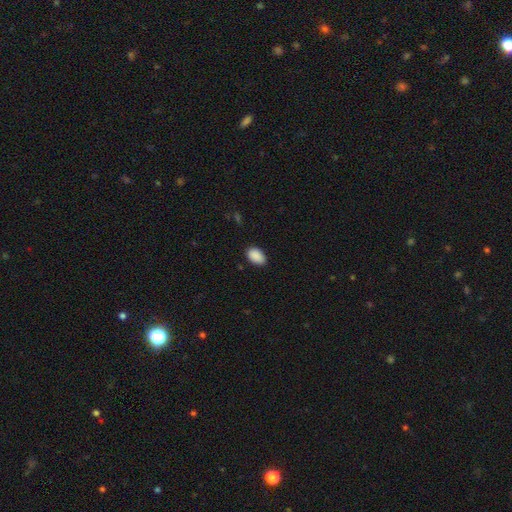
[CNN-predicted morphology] Overall: smooth (91%). How rounded: in between (90%). Merging: none (85%).